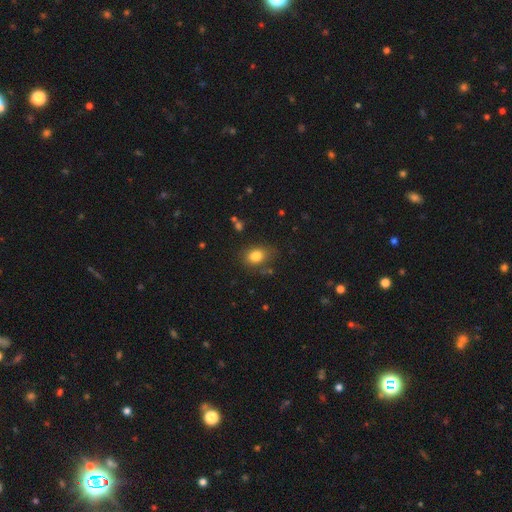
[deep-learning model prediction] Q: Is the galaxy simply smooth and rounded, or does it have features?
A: smooth — 82%.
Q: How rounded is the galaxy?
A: in between — 63%.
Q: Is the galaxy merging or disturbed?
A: none — 74%.